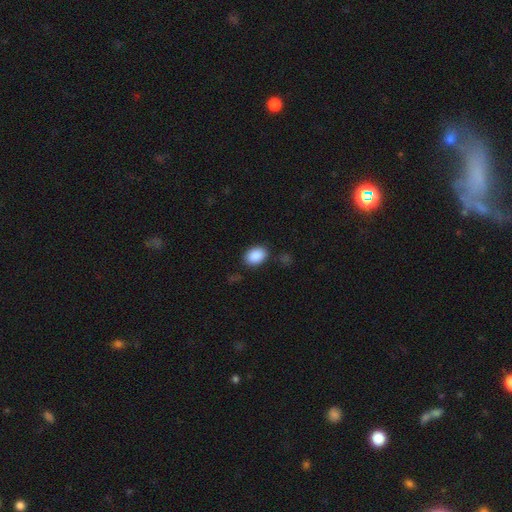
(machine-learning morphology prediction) Smooth or featured? Predicted: smooth (p=0.89). How rounded? Predicted: in between (p=0.78). Merging? Predicted: none (p=0.82).